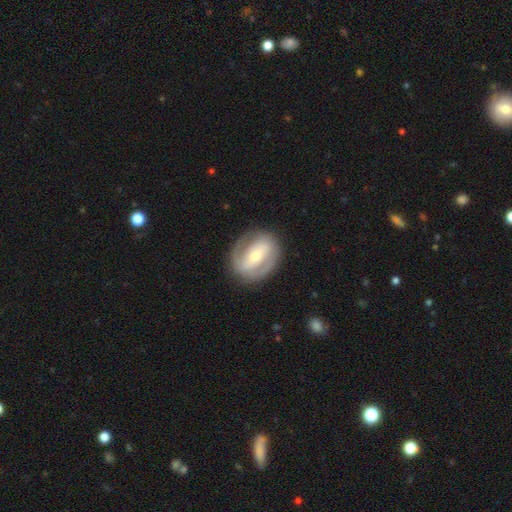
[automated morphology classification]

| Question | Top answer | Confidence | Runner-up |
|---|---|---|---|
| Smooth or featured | featured or disk | 73% | smooth (21%) |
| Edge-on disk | no | 95% | yes (5%) |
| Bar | strong | 47% | weak (32%) |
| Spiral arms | yes | 74% | no (26%) |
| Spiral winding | tight | 47% | medium (38%) |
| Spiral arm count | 2 | 79% | can't tell (12%) |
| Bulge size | moderate | 50% | small (43%) |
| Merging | none | 82% | minor disturbance (12%) |